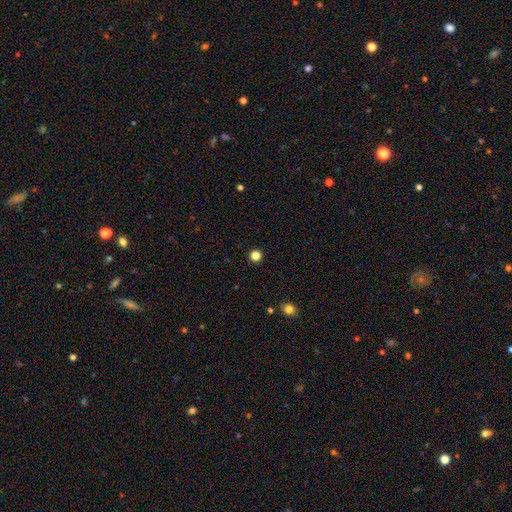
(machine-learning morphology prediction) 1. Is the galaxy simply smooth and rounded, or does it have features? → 83% smooth, 13% star or artifact, 3% featured or disk.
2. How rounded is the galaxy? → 95% round, 4% in between, 1% cigar-shaped.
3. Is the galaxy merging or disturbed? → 93% none, 4% minor disturbance, 2% major disturbance, 1% merger.